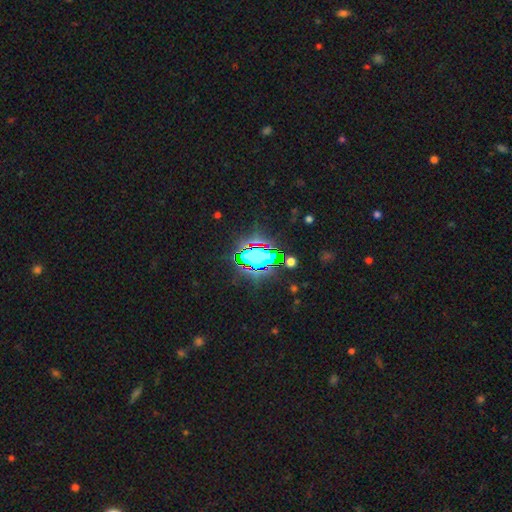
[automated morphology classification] smooth-or-featured: star or artifact: 64% | smooth: 24% | featured or disk: 13%